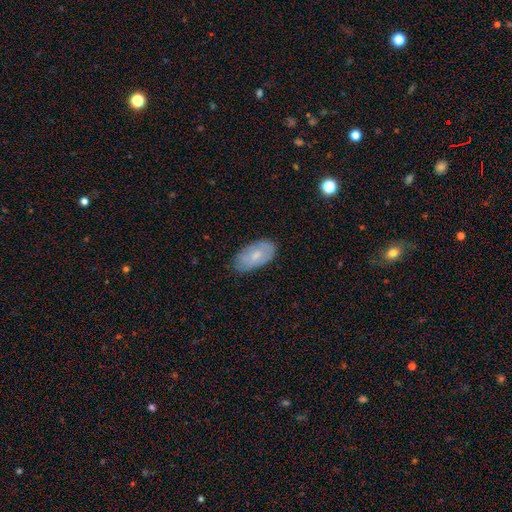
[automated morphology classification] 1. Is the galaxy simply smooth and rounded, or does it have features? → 65% smooth, 29% featured or disk, 6% star or artifact.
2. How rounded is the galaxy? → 94% in between, 3% cigar-shaped, 3% round.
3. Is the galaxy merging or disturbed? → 75% none, 21% minor disturbance, 4% major disturbance, 1% merger.